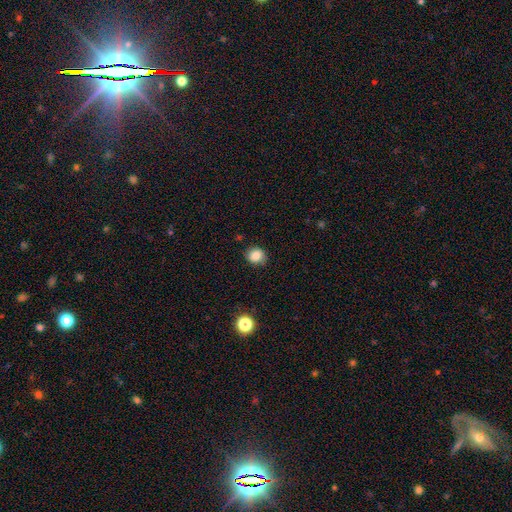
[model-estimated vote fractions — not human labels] Morphology: type=smooth (85%); roundness=round (78%); merging=none (83%).